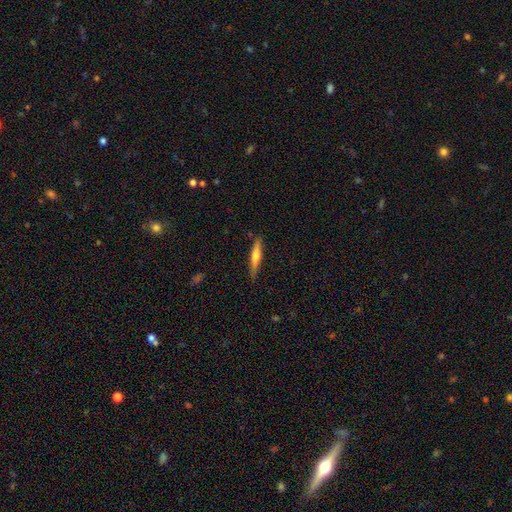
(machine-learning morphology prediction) This is possibly a smooth galaxy (48%). Merging: clearly none (86%).